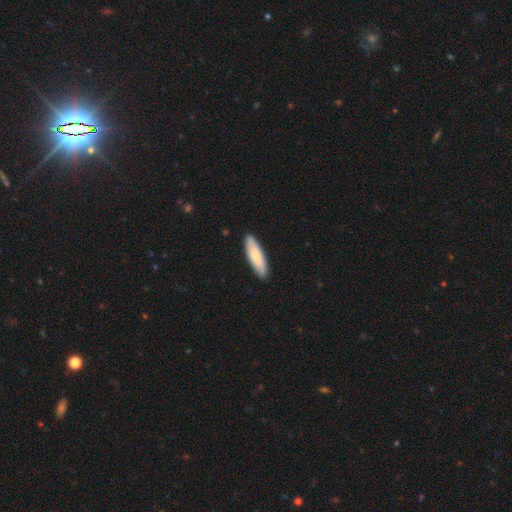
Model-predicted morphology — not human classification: smooth 75%, featured or disk 21%, star or artifact 5%. Down the decision tree: how rounded — cigar-shaped (54%); merging — none (89%).